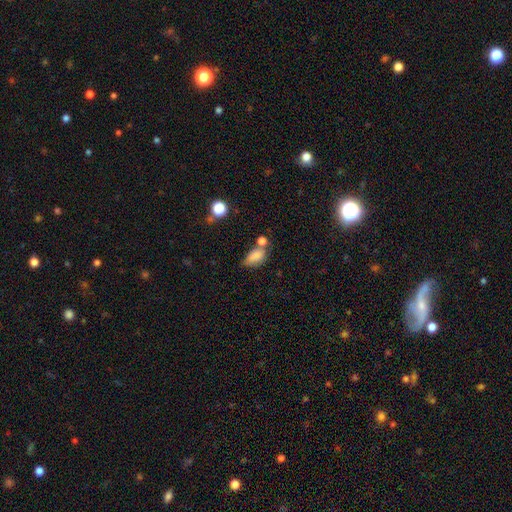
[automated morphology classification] Smooth or featured?
  - smooth: 80% *
  - star or artifact: 10%
  - featured or disk: 9%
How rounded?
  - in between: 87% *
  - round: 9%
  - cigar-shaped: 4%
Merging?
  - none: 36% *
  - merger: 29%
  - minor disturbance: 23%
  - major disturbance: 11%